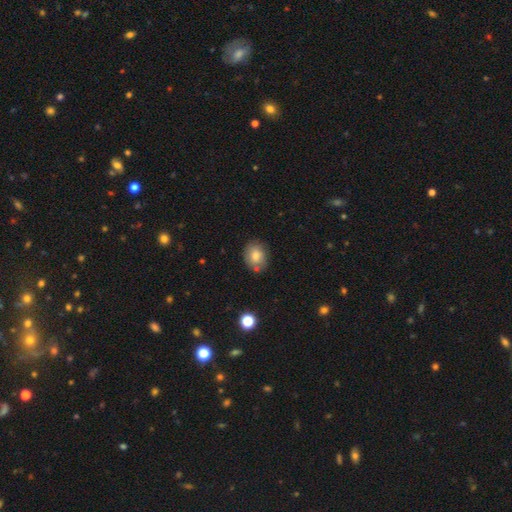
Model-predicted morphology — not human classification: type=smooth (77%); roundness=in between (60%); merging=none (78%).